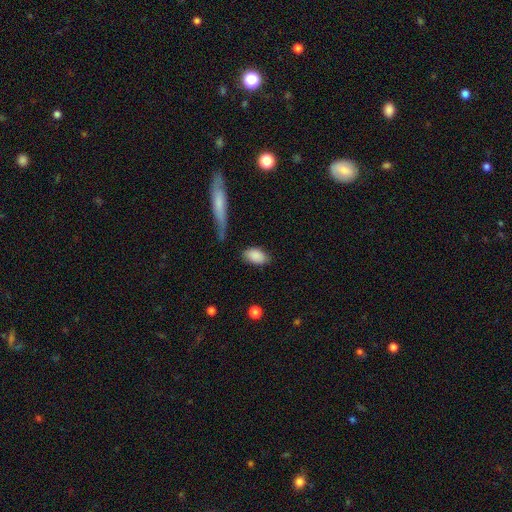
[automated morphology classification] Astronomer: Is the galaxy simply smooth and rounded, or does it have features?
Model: smooth — 88%.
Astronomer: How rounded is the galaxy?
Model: in between — 93%.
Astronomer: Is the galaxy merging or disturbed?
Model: none — 77%.